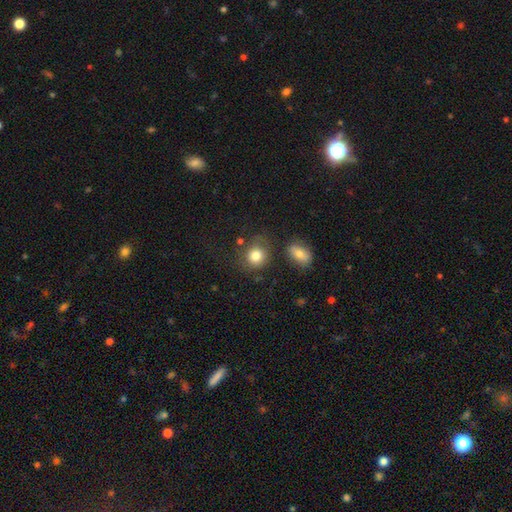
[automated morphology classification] This appears to be a smooth galaxy with no disk features (82%) that is round (78%). Merging: none (68%).